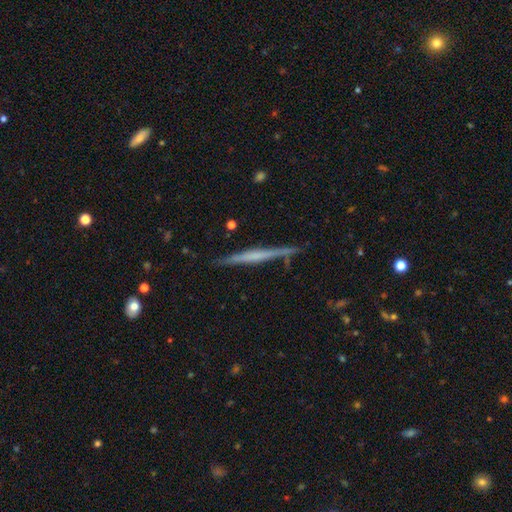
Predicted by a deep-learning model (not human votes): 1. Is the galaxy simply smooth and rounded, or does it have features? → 64% featured or disk, 30% smooth, 6% star or artifact.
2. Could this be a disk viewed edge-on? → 97% yes, 3% no.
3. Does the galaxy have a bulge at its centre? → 65% none, 21% rounded, 15% boxy.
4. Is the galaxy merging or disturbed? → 86% none, 11% minor disturbance, 2% major disturbance, 2% merger.